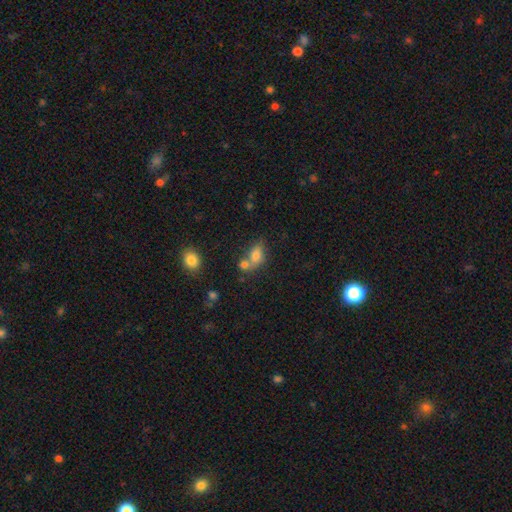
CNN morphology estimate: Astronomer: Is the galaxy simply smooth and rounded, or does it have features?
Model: smooth — 75%.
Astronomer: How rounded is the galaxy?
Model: in between — 76%.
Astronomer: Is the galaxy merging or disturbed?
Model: merger — 49% (runner-up: none, 33%).